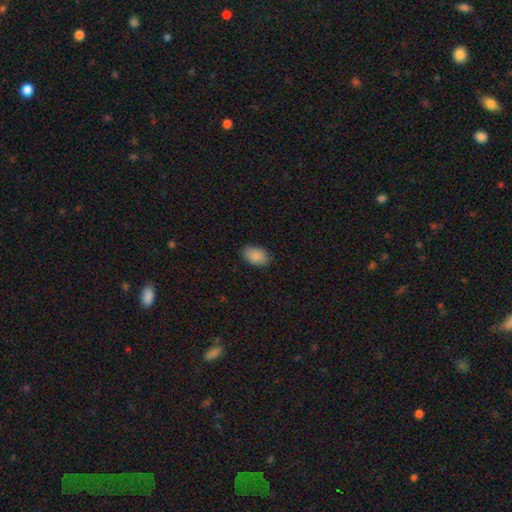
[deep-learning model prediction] Q: Smooth or featured?
A: smooth (89%); runner-up: star or artifact (7%)
Q: How rounded?
A: in between (87%); runner-up: round (12%)
Q: Merging?
A: none (82%); runner-up: minor disturbance (14%)